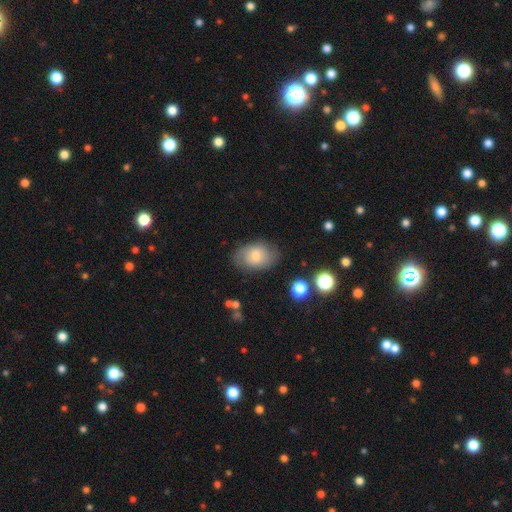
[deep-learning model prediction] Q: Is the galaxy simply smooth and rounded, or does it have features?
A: smooth — 64%.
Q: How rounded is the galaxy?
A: in between — 82%.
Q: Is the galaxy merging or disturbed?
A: none — 74%.